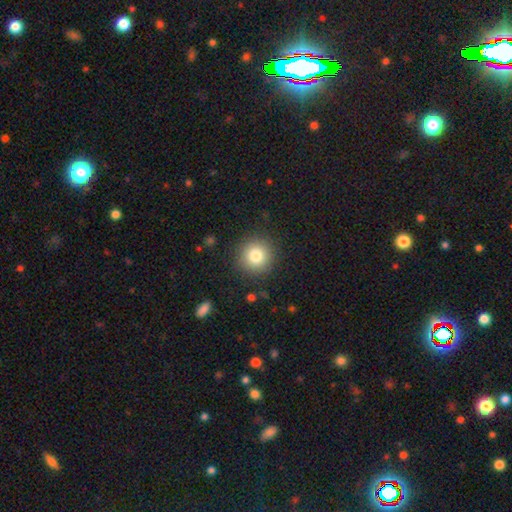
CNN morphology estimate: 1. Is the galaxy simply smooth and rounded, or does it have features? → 80% smooth, 11% star or artifact, 9% featured or disk.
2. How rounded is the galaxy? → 94% round, 5% in between, 1% cigar-shaped.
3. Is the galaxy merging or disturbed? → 89% none, 7% minor disturbance, 3% major disturbance, 1% merger.